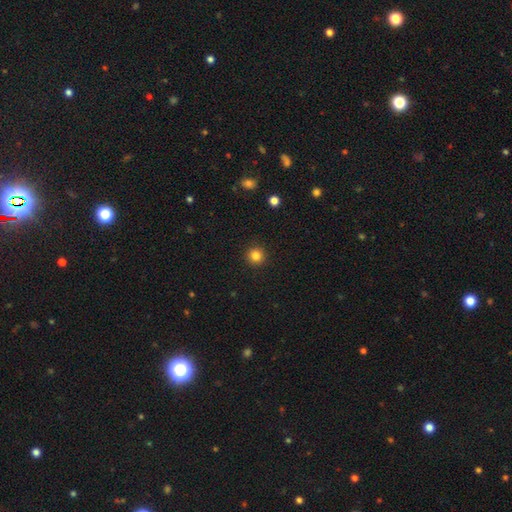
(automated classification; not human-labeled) A smooth galaxy with no disk features (83%) that is round (95%).

Vote fractions:
- Smooth or featured? smooth: 83% / star or artifact: 12% / featured or disk: 5%
- How rounded? round: 95% / in between: 4% / cigar-shaped: 1%
- Merging? none: 93% / minor disturbance: 5% / major disturbance: 2% / merger: 1%